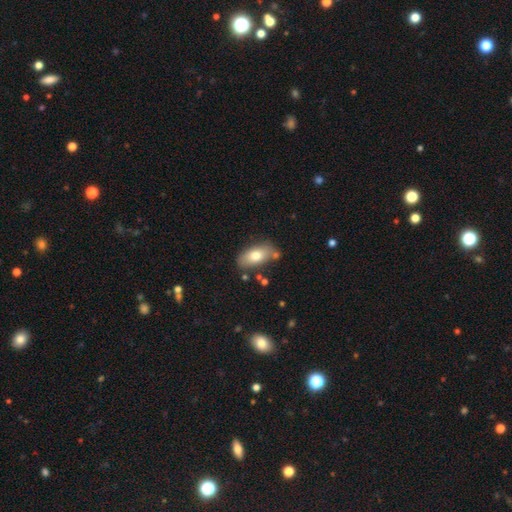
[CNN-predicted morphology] smooth 75%, featured or disk 18%, star or artifact 7%. Down the decision tree: how rounded — in between (91%); merging — none (75%).